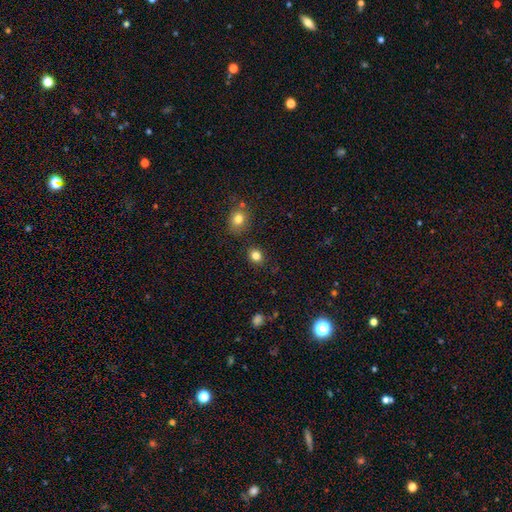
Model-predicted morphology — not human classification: Smooth or featured? smooth (83%)
How rounded? round (70%)
Merging? none (87%)